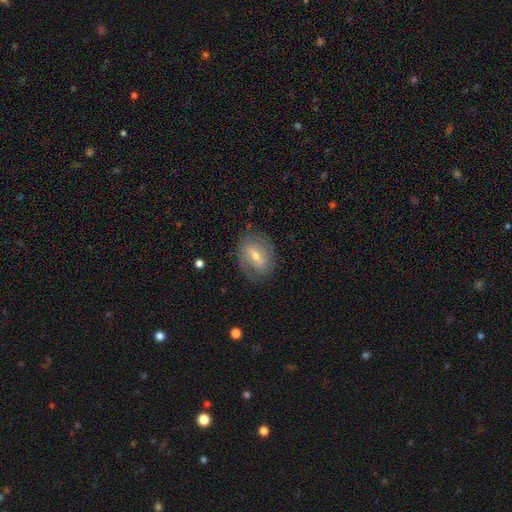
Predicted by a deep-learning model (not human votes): A featured or disk galaxy (62%) with a weak bar (48%), spiral arms (69%) and a moderate central bulge (55%).

Vote fractions:
- Smooth or featured? featured or disk: 62% / smooth: 31% / star or artifact: 7%
- Edge-on disk? no: 93% / yes: 7%
- Bar? weak: 48% / strong: 31% / no: 22%
- Spiral arms? yes: 69% / no: 31%
- Bulge size? moderate: 55% / small: 40% / large: 3% / none: 1% / dominant: 1%
- Merging? none: 74% / minor disturbance: 17% / major disturbance: 8% / merger: 1%